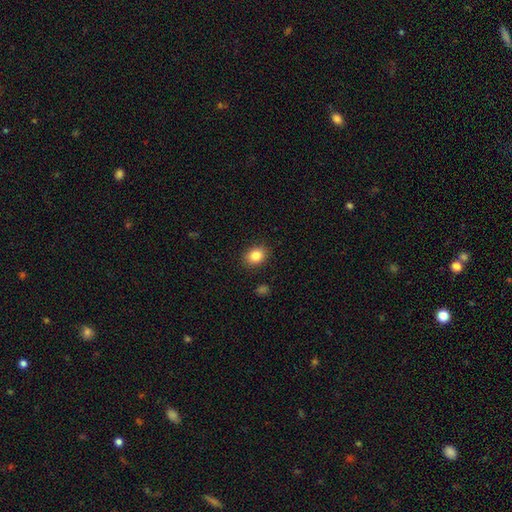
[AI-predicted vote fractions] Smooth or featured? Predicted: smooth (p=0.84). How rounded? Predicted: in between (p=0.52). Merging? Predicted: none (p=0.89).